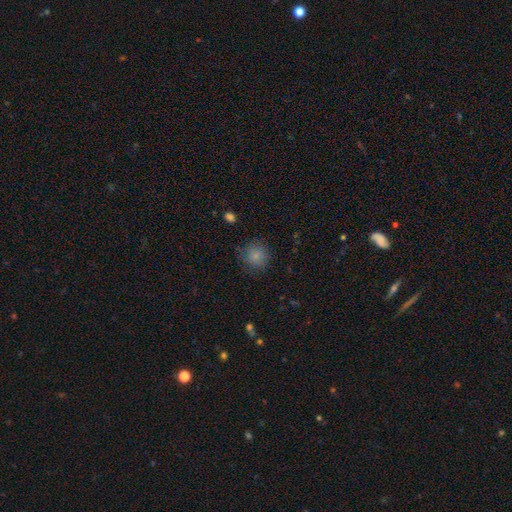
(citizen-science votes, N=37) Volunteers were most divided on "merging": none: 72%, minor disturbance: 25%, major disturbance: 3%, merger: 0%. More confident: smooth or featured — smooth (92%); how rounded — round (85%).